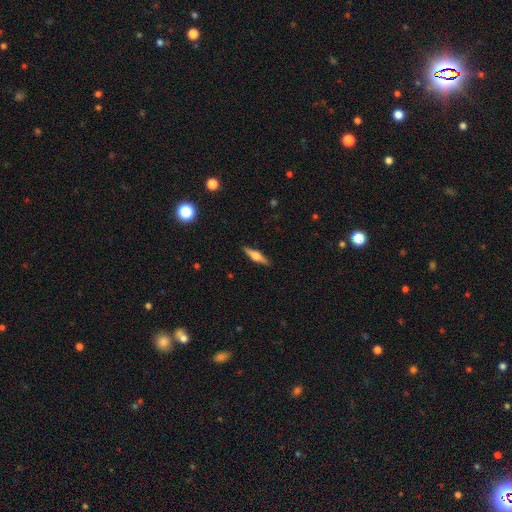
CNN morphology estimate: This is possibly a featured or disk galaxy (60%). It is clearly viewed edge-on (96%). Edge-on bulge: clearly rounded (89%). Merging: clearly none (90%).